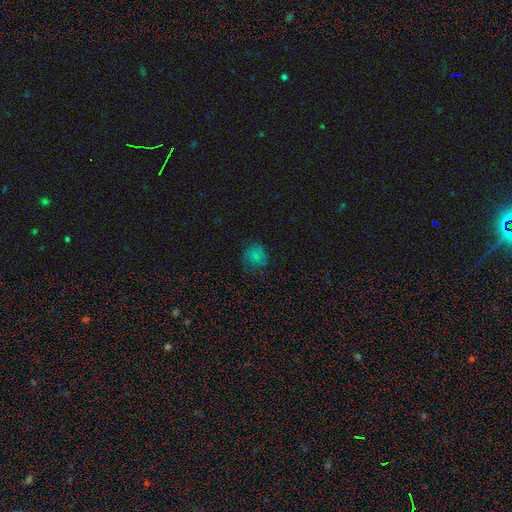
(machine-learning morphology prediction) Smooth or featured? smooth (64%)
How rounded? round (84%)
Merging? none (75%)